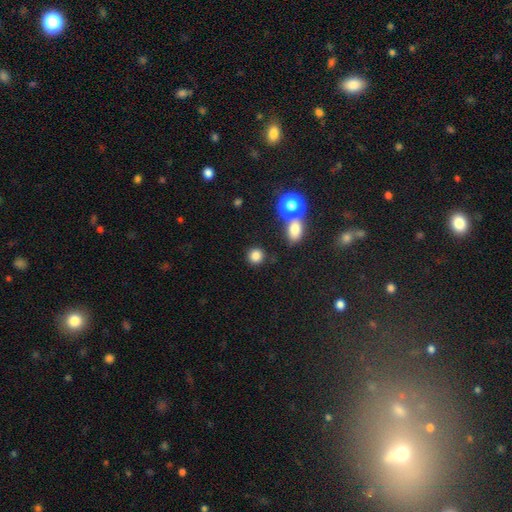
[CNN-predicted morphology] This appears to be a smooth galaxy with no disk features (83%) that is round (88%). Merging: none (82%).